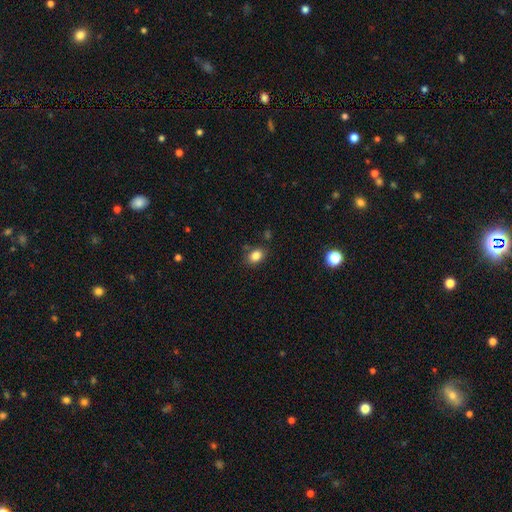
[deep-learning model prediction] The model was most divided on "how rounded": in between: 67%, round: 32%, cigar-shaped: 1%. More confident: smooth or featured — smooth (84%); merging — none (80%).